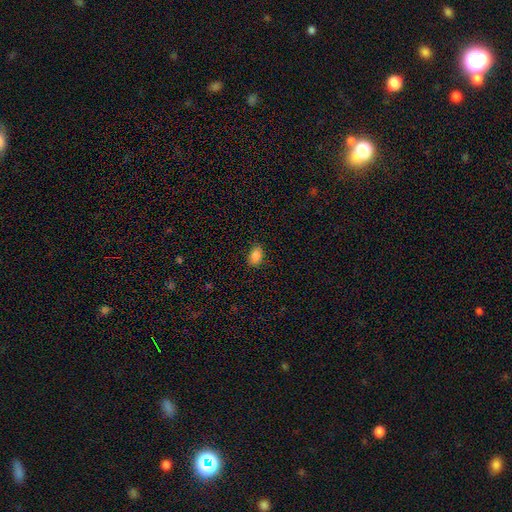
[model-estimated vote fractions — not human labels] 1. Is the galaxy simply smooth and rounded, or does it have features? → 86% smooth, 10% star or artifact, 4% featured or disk.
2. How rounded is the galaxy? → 82% in between, 17% round, 1% cigar-shaped.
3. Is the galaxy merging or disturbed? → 84% none, 12% minor disturbance, 3% major disturbance, 1% merger.